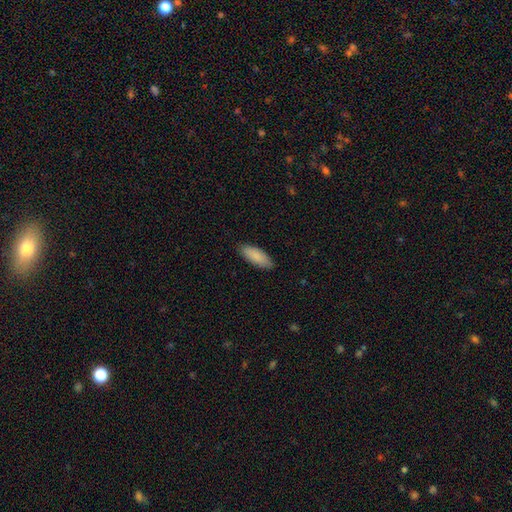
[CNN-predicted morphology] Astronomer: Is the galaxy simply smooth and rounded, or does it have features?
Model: smooth — 89%.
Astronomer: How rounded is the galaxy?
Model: in between — 74%.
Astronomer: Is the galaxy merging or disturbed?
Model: none — 86%.